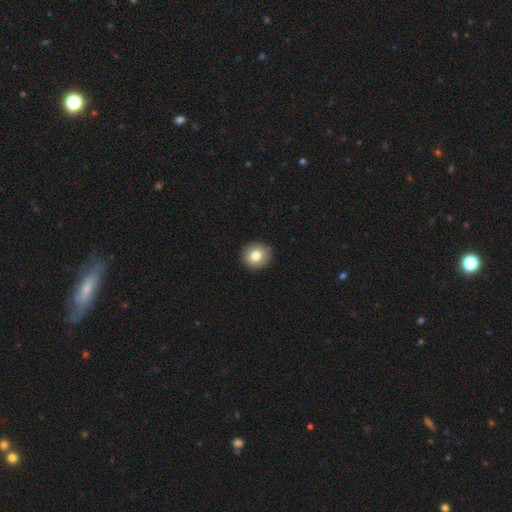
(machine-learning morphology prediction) The model was most divided on "smooth or featured": smooth: 80%, featured or disk: 11%, star or artifact: 9%. More confident: merging — none (92%); how rounded — round (89%).